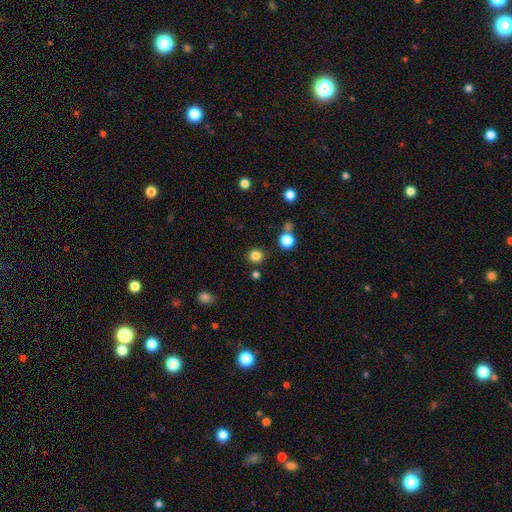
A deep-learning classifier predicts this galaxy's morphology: Smooth or featured: smooth — 83% (star or artifact — 13%)
How rounded: round — 92% (in between — 7%)
Merging: none — 87% (minor disturbance — 6%)